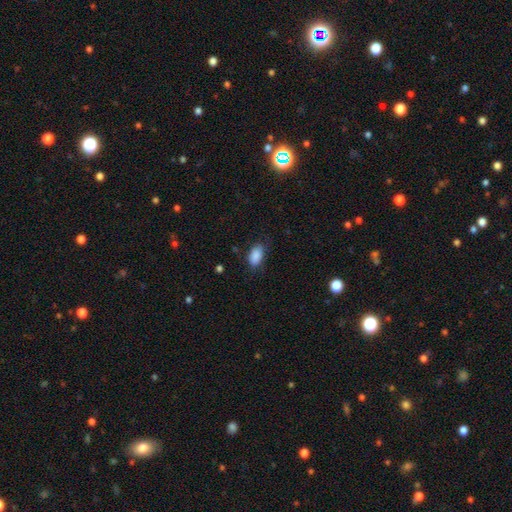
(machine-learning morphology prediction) The model was most divided on "merging": none: 75%, minor disturbance: 19%, major disturbance: 5%, merger: 1%. More confident: how rounded — in between (92%); smooth or featured — smooth (88%).